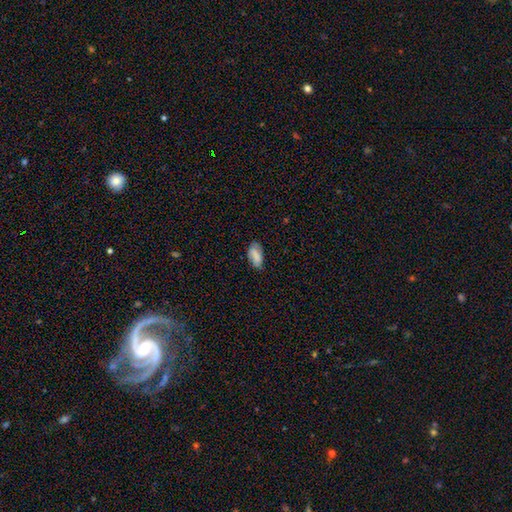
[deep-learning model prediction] Morphology: type=smooth (82%); roundness=in between (91%); merging=none (68%).